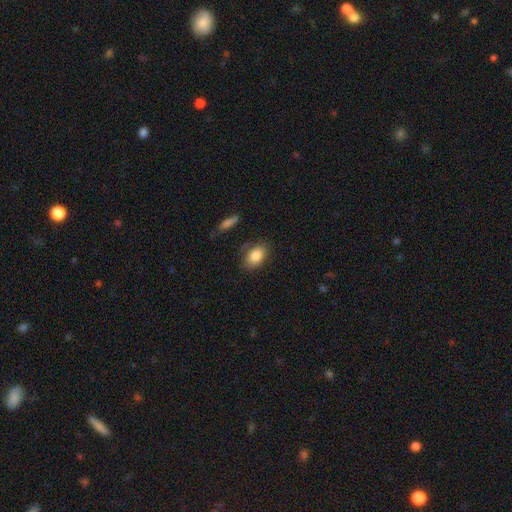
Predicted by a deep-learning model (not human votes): Overall: smooth (85%). How rounded: in between (87%). Merging: none (76%).